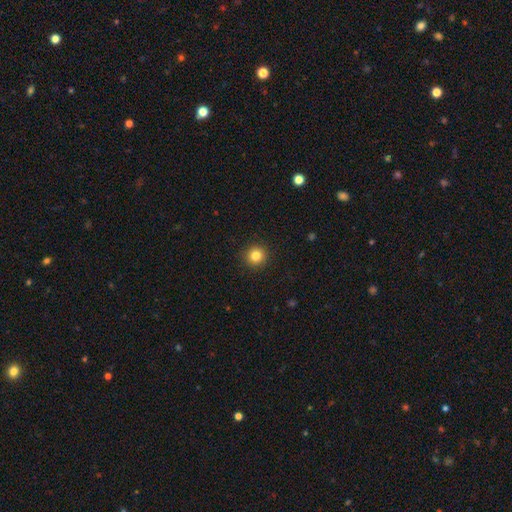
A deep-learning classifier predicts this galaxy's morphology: smooth_or_featured: smooth (p=0.83) [alt: star or artifact p=0.12]
how_rounded: round (p=0.94) [alt: in between p=0.05]
merging: none (p=0.92) [alt: minor disturbance p=0.05]